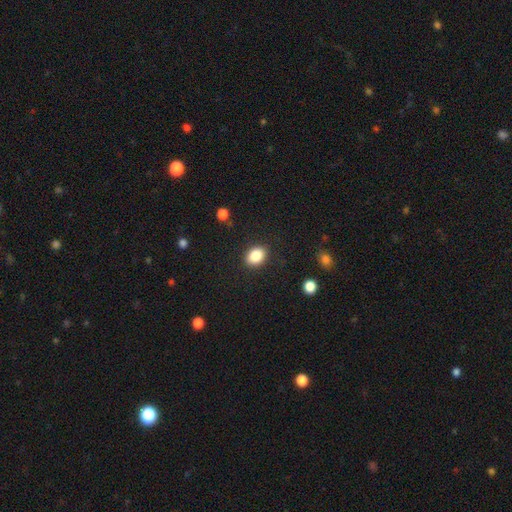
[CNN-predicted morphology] type=smooth (87%); roundness=in between (66%); merging=none (88%).